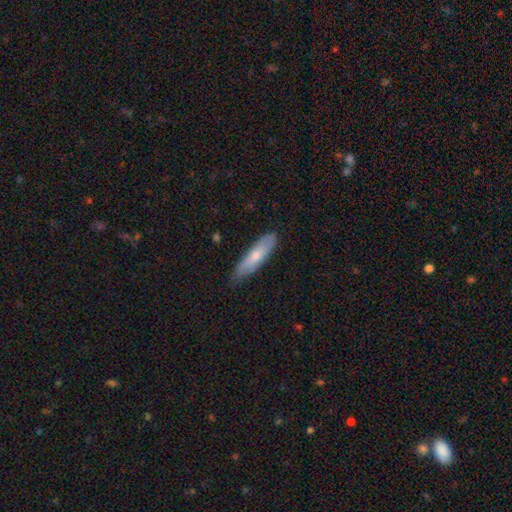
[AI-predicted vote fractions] smooth 66%, featured or disk 28%, star or artifact 6%. Down the decision tree: how rounded — cigar-shaped (65%); merging — none (77%).